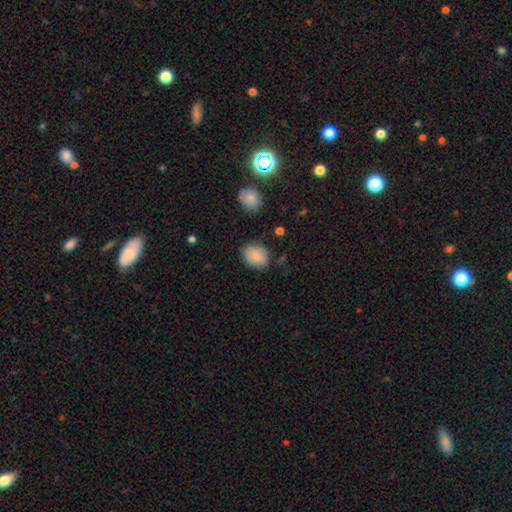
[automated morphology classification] Smooth or featured: smooth — 82% (featured or disk — 10%)
How rounded: in between — 55% (round — 44%)
Merging: none — 77% (minor disturbance — 17%)